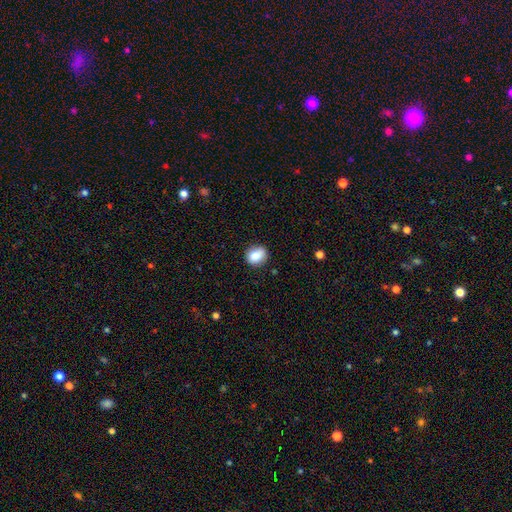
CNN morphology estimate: smooth-or-featured: smooth: 84% | star or artifact: 9% | featured or disk: 7%
  how-rounded: round: 66% | in between: 33% | cigar-shaped: 1%
  merging: none: 81% | minor disturbance: 14% | major disturbance: 3% | merger: 2%